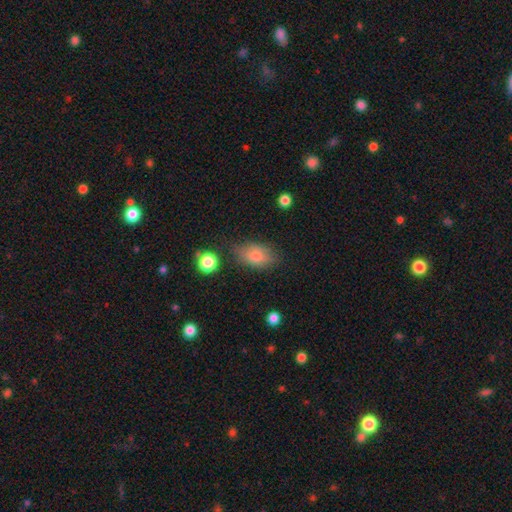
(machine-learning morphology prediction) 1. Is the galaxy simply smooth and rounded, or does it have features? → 78% smooth, 13% featured or disk, 9% star or artifact.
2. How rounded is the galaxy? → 86% in between, 11% round, 3% cigar-shaped.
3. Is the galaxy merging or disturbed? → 75% none, 18% minor disturbance, 4% major disturbance, 2% merger.